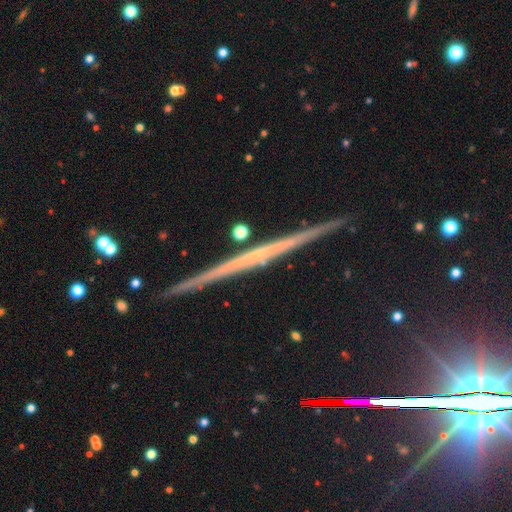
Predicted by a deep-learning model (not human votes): Overall: featured or disk (71%). Edge-on disk: yes (98%). Edge-on bulge: none (81%). Merging: none (90%).